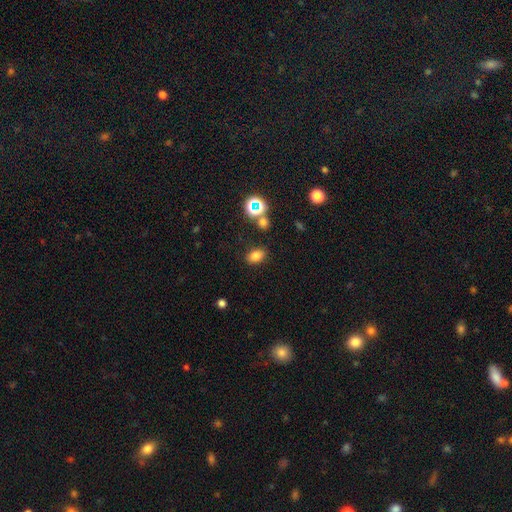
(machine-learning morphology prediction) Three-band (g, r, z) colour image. It shows a smooth galaxy with no disk features (77%) that is in between round and cigar-shaped (79%). Merging: none (83%).